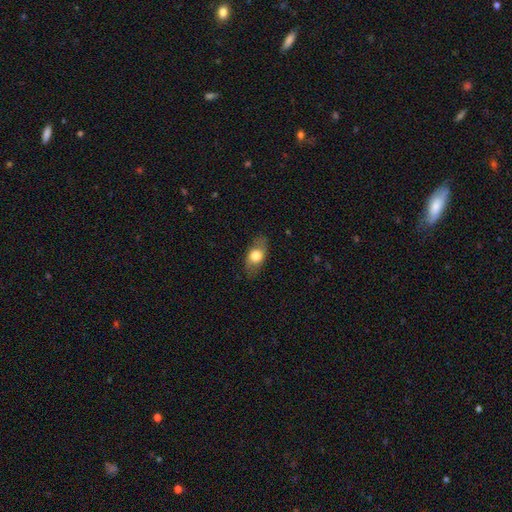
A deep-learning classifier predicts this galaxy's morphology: This appears to be a smooth galaxy with no disk features (66%) that is in between round and cigar-shaped (82%). Merging: none (81%).